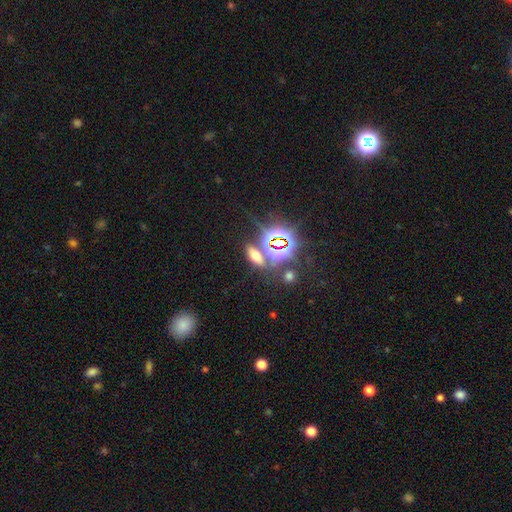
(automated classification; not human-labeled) Morphology: type=star or artifact (42%, tied with smooth).